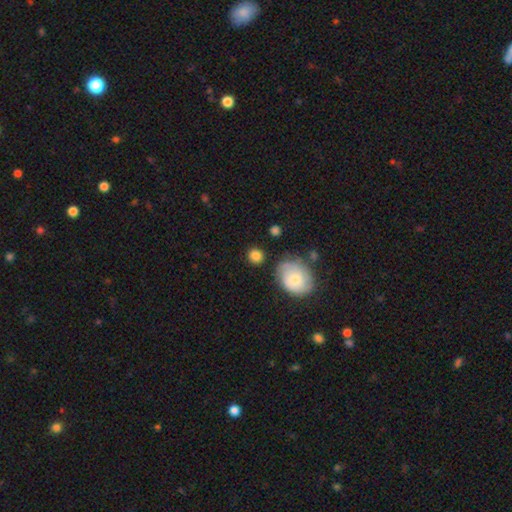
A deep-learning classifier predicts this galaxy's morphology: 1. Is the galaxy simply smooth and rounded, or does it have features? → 83% smooth, 9% featured or disk, 8% star or artifact.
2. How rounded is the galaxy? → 83% round, 16% in between, 1% cigar-shaped.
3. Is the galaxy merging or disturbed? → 78% none, 13% minor disturbance, 5% merger, 4% major disturbance.